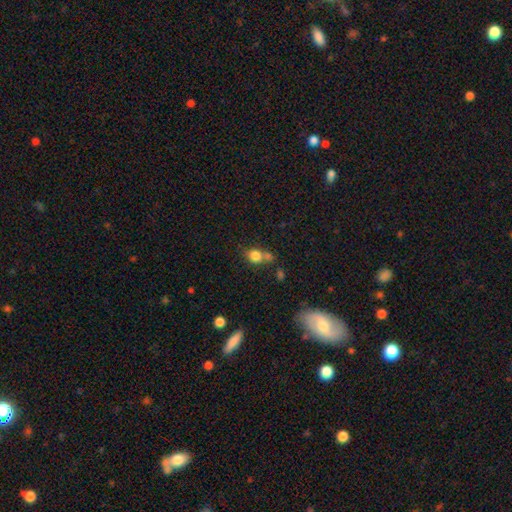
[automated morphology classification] A smooth galaxy with no disk features (79%) that is round (70%).

Vote fractions:
- Smooth or featured? smooth: 79% / star or artifact: 12% / featured or disk: 9%
- How rounded? round: 70% / in between: 28% / cigar-shaped: 2%
- Merging? none: 45% / merger: 33% / minor disturbance: 15% / major disturbance: 7%